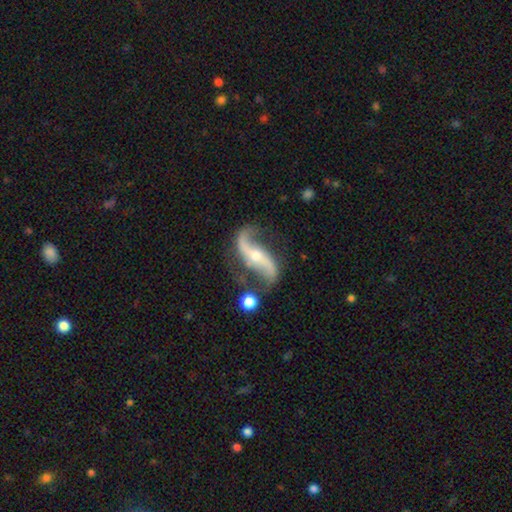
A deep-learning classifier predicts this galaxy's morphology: Smooth or featured? Predicted: featured or disk (p=0.90). Edge-on disk? Predicted: no (p=0.95). Bar? Predicted: no (p=0.44). Spiral arms? Predicted: yes (p=0.97). Spiral winding? Predicted: loose (p=0.84). Spiral arm count? Predicted: 2 (p=0.93). Bulge size? Predicted: small (p=0.48). Merging? Predicted: none (p=0.70).